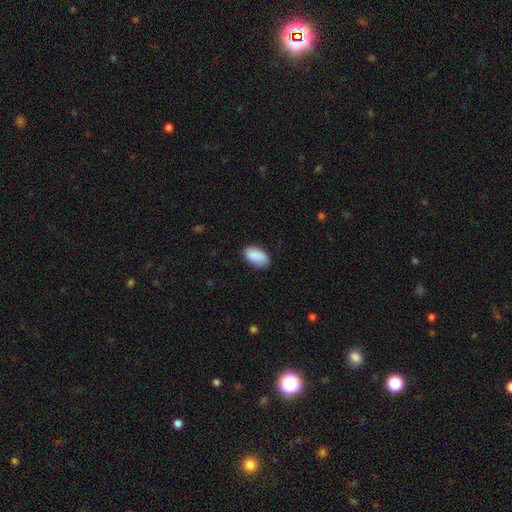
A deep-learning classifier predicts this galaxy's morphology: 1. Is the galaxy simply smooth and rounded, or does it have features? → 89% smooth, 6% star or artifact, 5% featured or disk.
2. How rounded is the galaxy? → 95% in between, 4% round, 2% cigar-shaped.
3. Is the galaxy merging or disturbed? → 82% none, 14% minor disturbance, 3% major disturbance, 1% merger.